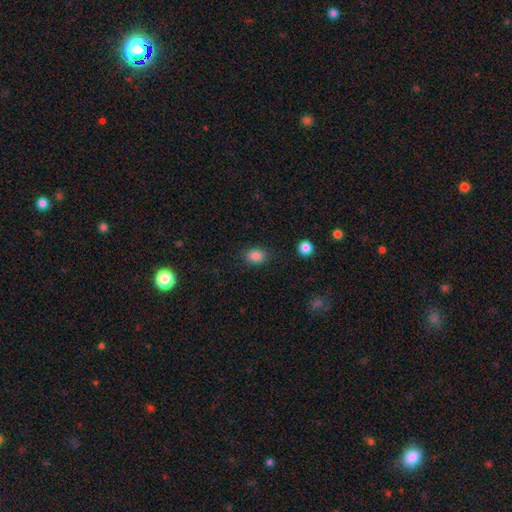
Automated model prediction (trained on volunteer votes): Morphology: type=smooth (86%); roundness=in between (65%); merging=none (84%).